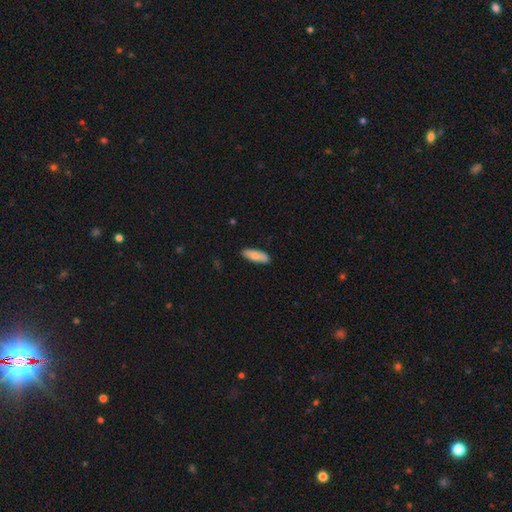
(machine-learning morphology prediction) Q: Smooth or featured?
A: smooth (80%); runner-up: featured or disk (14%)
Q: How rounded?
A: in between (60%); runner-up: cigar-shaped (39%)
Q: Merging?
A: none (85%); runner-up: minor disturbance (12%)